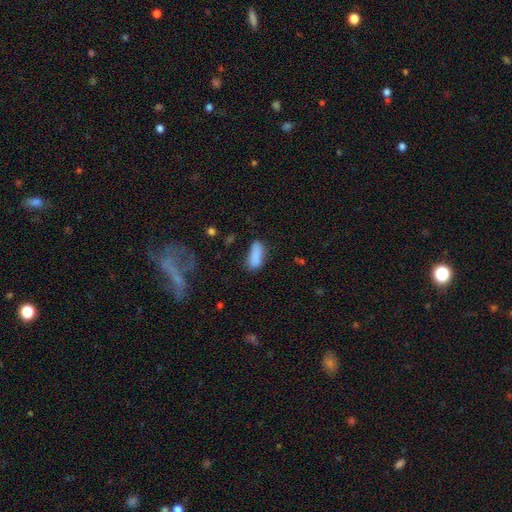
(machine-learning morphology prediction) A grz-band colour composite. It shows a smooth galaxy with no disk features (86%) that is in between round and cigar-shaped (78%). Merging: none (63%).